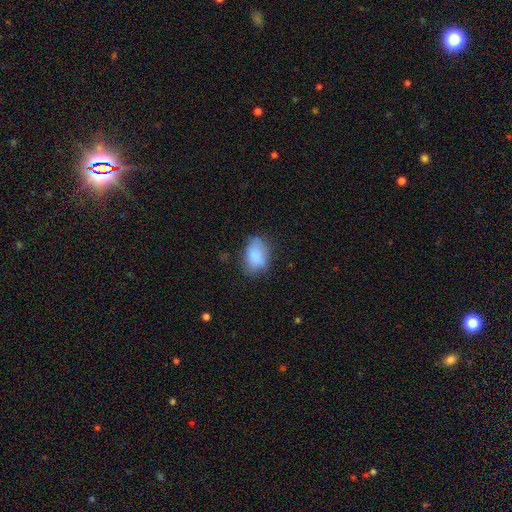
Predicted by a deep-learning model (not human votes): A smooth galaxy with no disk features (83%) that is in between round and cigar-shaped (84%). Merging: none (64%).